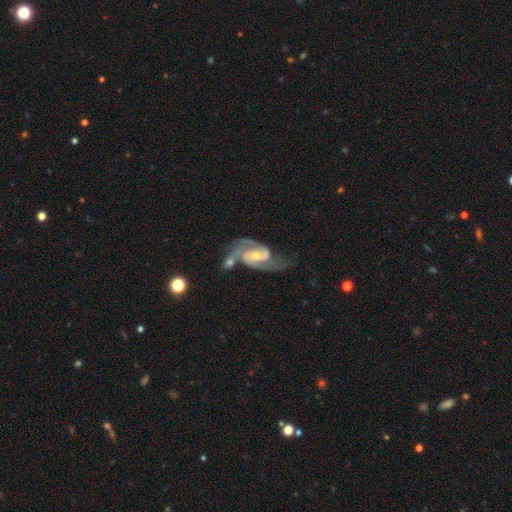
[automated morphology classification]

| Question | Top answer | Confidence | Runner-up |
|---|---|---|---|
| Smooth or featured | featured or disk | 90% | smooth (5%) |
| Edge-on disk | no | 97% | yes (3%) |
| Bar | weak | 47% | no (35%) |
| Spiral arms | yes | 98% | no (2%) |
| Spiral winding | medium | 56% | tight (22%) |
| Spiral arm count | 2 | 88% | 3 (4%) |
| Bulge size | small | 49% | moderate (44%) |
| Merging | none | 39% | merger (29%) |